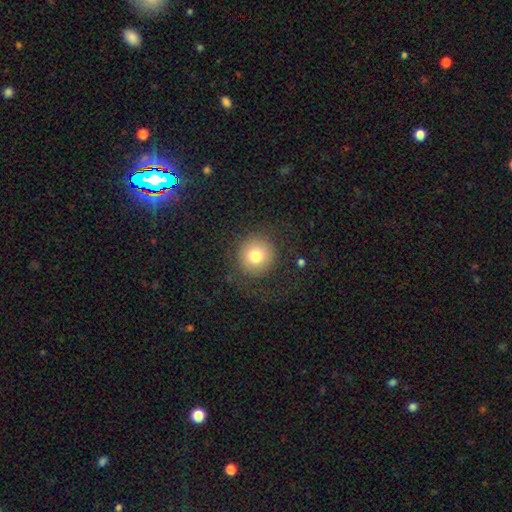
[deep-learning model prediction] smooth 76%, featured or disk 12%, star or artifact 11%. Down the decision tree: how rounded — round (94%); merging — none (81%).